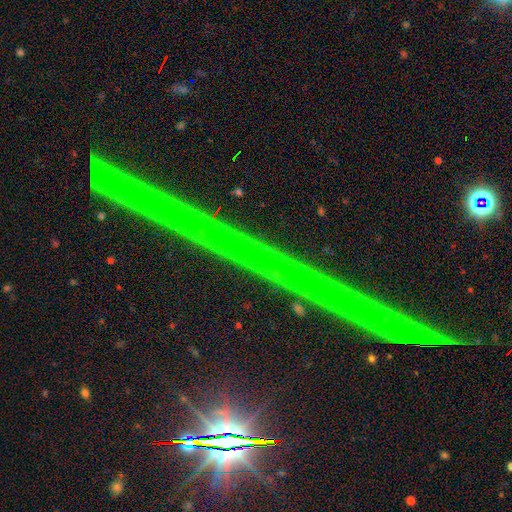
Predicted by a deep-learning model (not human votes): Smooth or featured?
  - star or artifact: 82% *
  - featured or disk: 13%
  - smooth: 5%